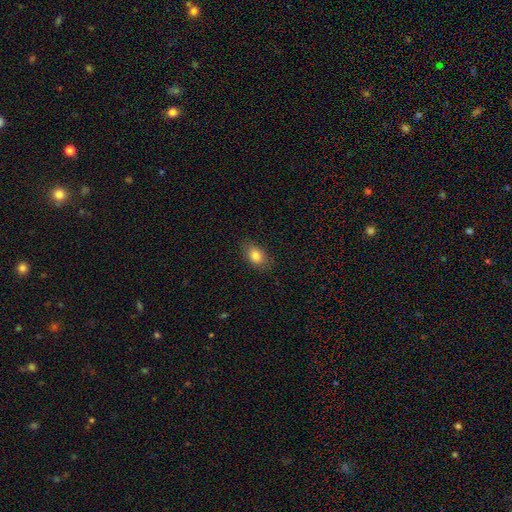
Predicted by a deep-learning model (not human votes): Smooth or featured? Predicted: smooth (p=0.82). How rounded? Predicted: in between (p=0.78). Merging? Predicted: none (p=0.83).